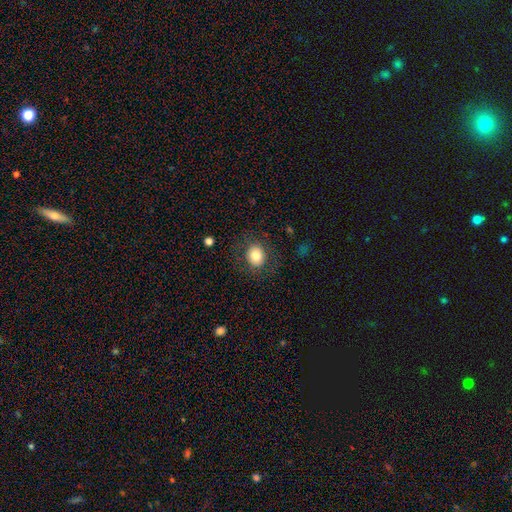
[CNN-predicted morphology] The model was most divided on "how rounded": round: 70%, in between: 29%, cigar-shaped: 1%. More confident: merging — none (83%); smooth or featured — smooth (79%).